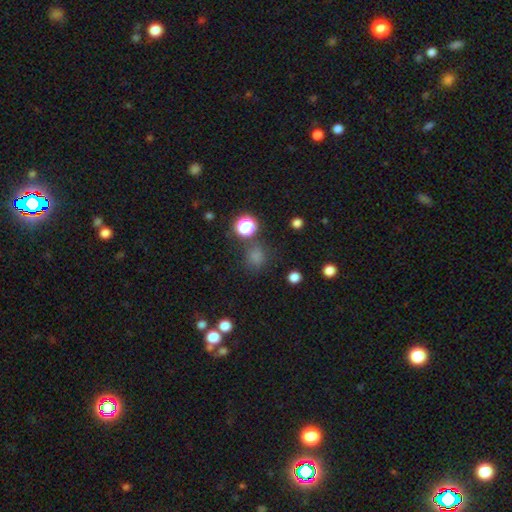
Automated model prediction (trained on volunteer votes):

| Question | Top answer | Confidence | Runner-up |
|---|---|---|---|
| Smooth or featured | smooth | 71% | star or artifact (23%) |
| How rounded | round | 83% | in between (16%) |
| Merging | none | 74% | minor disturbance (14%) |